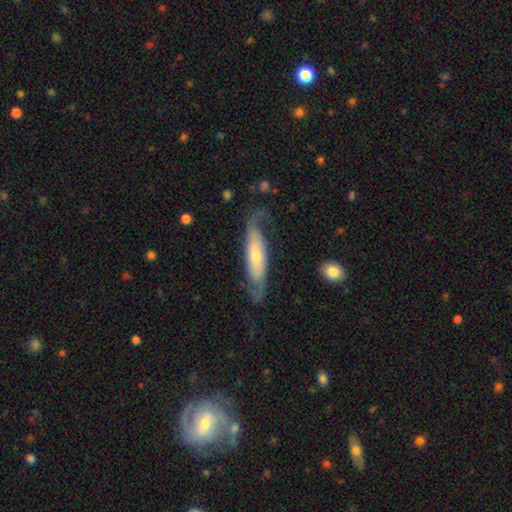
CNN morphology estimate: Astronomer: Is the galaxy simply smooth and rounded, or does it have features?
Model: featured or disk — 65%.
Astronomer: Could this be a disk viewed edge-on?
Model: no — 68%.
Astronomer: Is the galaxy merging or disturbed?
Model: none — 65%.